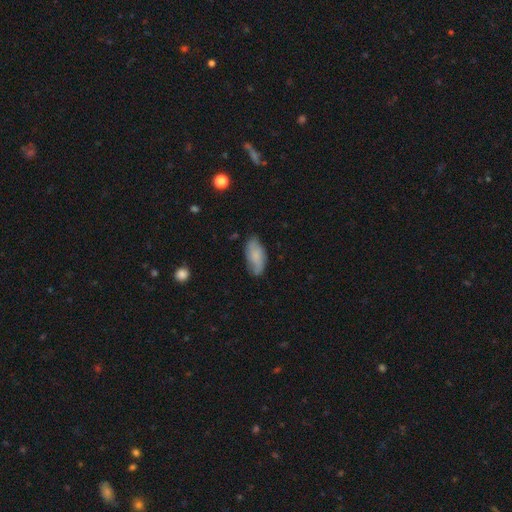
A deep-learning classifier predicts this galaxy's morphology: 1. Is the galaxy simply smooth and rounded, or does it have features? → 70% smooth, 23% featured or disk, 7% star or artifact.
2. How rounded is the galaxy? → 90% in between, 8% cigar-shaped, 3% round.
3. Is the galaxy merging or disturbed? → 72% none, 22% minor disturbance, 4% major disturbance, 2% merger.